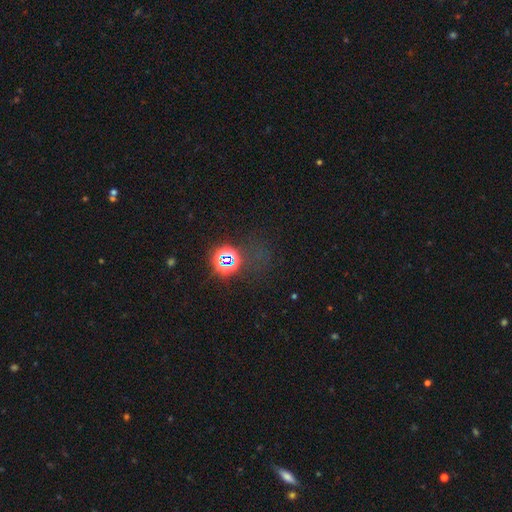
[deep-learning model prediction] Smooth or featured?
  - star or artifact: 62% *
  - smooth: 27%
  - featured or disk: 11%